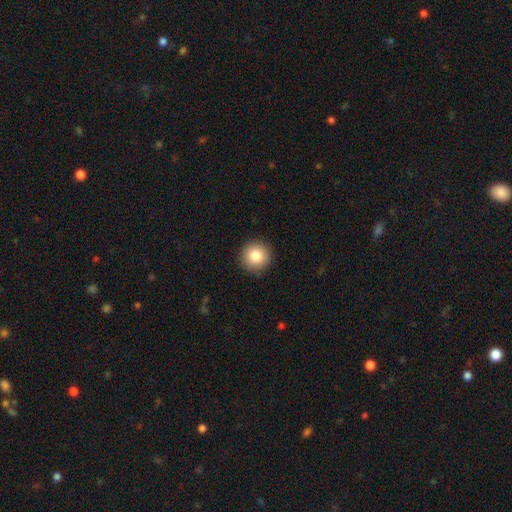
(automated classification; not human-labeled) Q: Smooth or featured?
A: smooth (83%); runner-up: star or artifact (9%)
Q: How rounded?
A: round (95%); runner-up: in between (4%)
Q: Merging?
A: none (91%); runner-up: minor disturbance (6%)